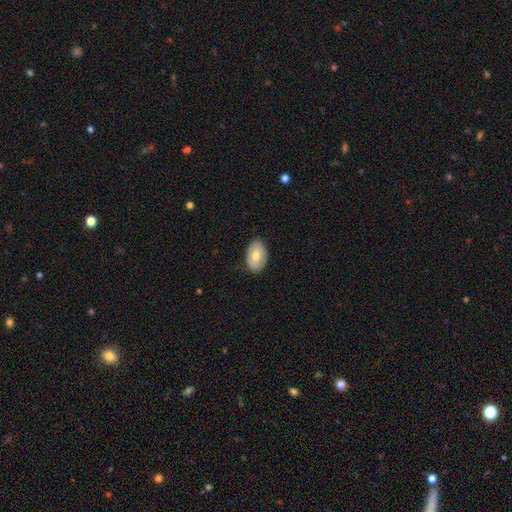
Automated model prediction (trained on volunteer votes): smooth-or-featured: smooth: 67% | featured or disk: 26% | star or artifact: 6%
  how-rounded: in between: 89% | round: 10% | cigar-shaped: 1%
  merging: none: 86% | minor disturbance: 11% | major disturbance: 2% | merger: 1%